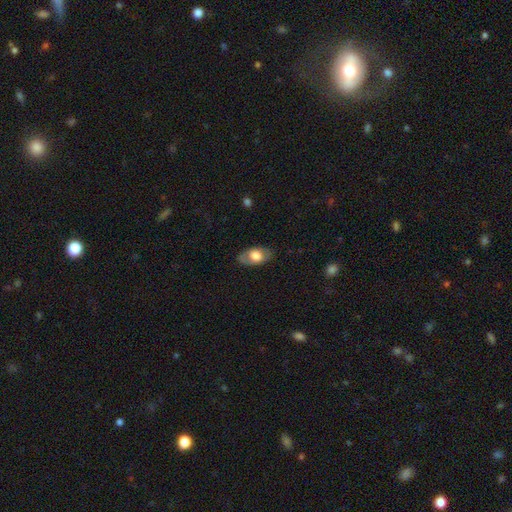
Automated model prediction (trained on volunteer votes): Smooth or featured?
  - smooth: 64% *
  - featured or disk: 30%
  - star or artifact: 6%
How rounded?
  - in between: 91% *
  - round: 6%
  - cigar-shaped: 3%
Merging?
  - none: 78% *
  - minor disturbance: 16%
  - major disturbance: 5%
  - merger: 1%